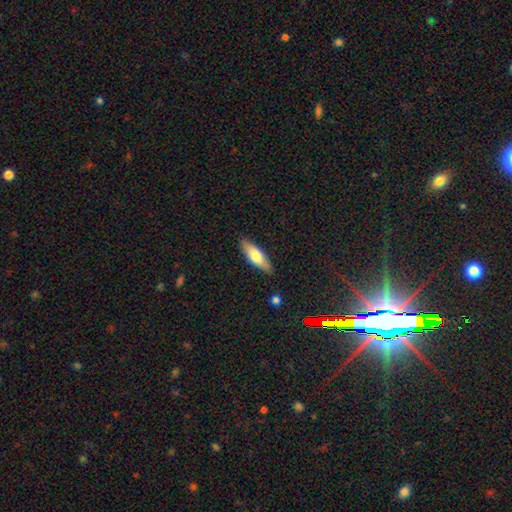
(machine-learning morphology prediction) Smooth or featured: smooth — 68% (featured or disk — 26%)
How rounded: in between — 56% (cigar-shaped — 42%)
Merging: none — 86% (minor disturbance — 11%)